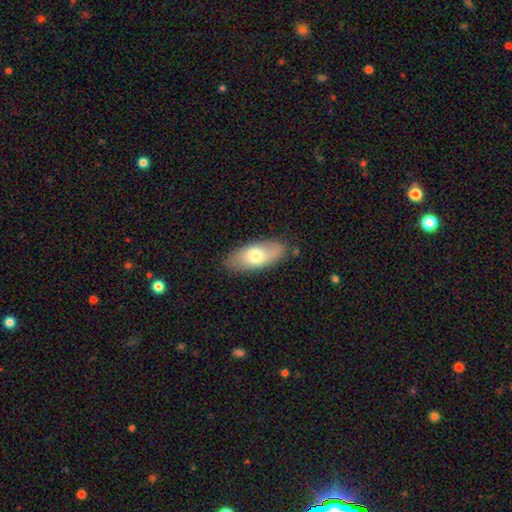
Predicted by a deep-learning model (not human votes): Overall: smooth (69%). How rounded: in between (86%). Merging: none (82%).